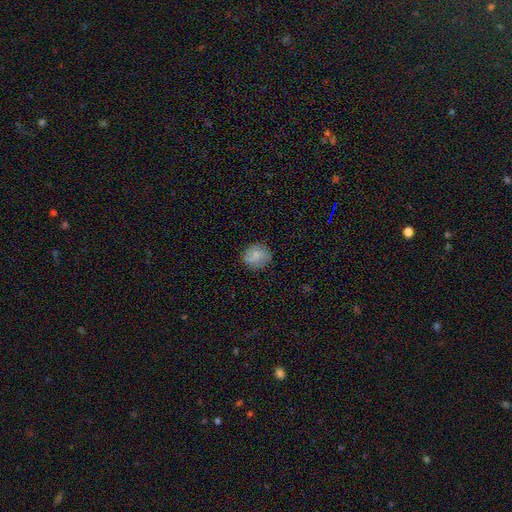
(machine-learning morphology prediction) A smooth galaxy with no disk features (73%) that is round (76%).

Vote fractions:
- Smooth or featured? smooth: 73% / featured or disk: 19% / star or artifact: 8%
- How rounded? round: 76% / in between: 23% / cigar-shaped: 1%
- Merging? none: 80% / minor disturbance: 15% / major disturbance: 4% / merger: 1%